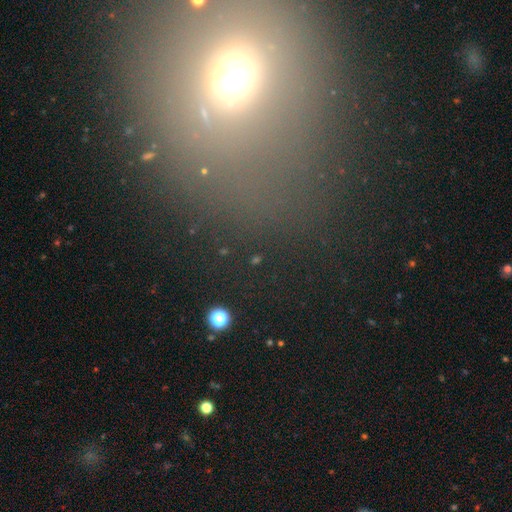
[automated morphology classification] smooth_or_featured: star or artifact (p=0.51) [alt: smooth p=0.31]